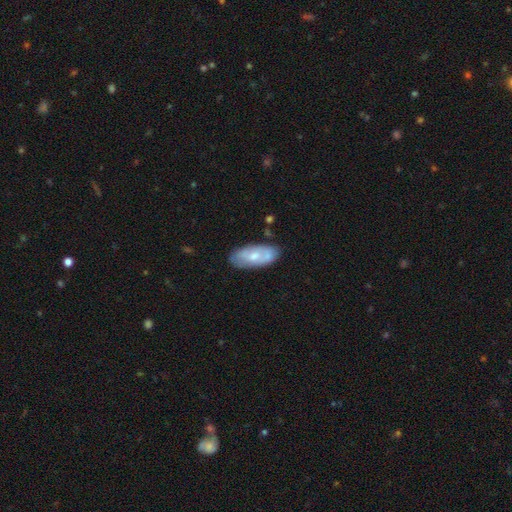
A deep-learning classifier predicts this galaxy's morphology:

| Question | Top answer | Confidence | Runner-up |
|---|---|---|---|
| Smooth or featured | smooth | 52% | featured or disk (43%) |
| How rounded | in between | 85% | cigar-shaped (12%) |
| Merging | none | 72% | minor disturbance (19%) |